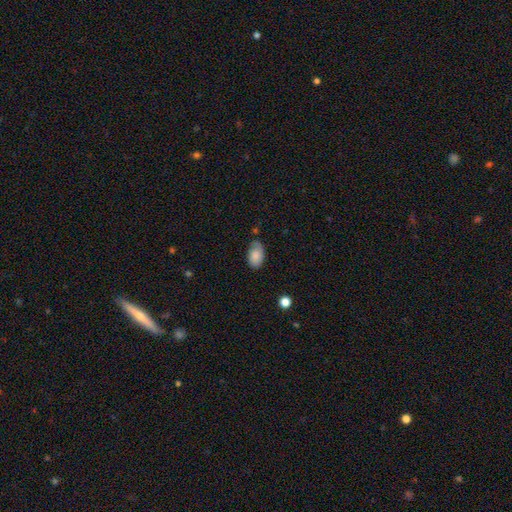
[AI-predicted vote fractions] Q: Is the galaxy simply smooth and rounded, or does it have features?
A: smooth — 78%.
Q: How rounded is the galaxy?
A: in between — 91%.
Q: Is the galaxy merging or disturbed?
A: none — 59%.